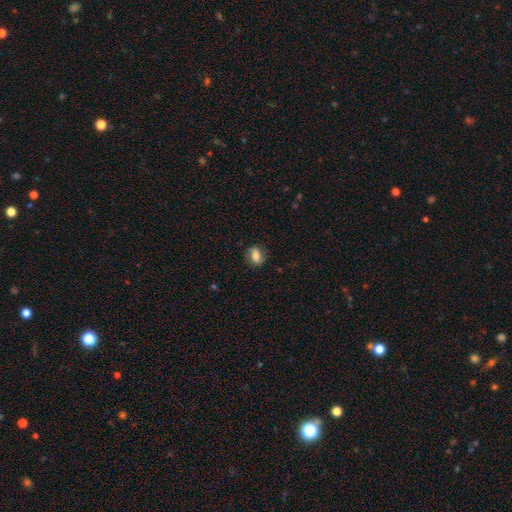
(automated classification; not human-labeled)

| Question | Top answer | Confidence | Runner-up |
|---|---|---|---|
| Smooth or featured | smooth | 70% | featured or disk (22%) |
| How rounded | in between | 70% | round (27%) |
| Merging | none | 77% | minor disturbance (17%) |